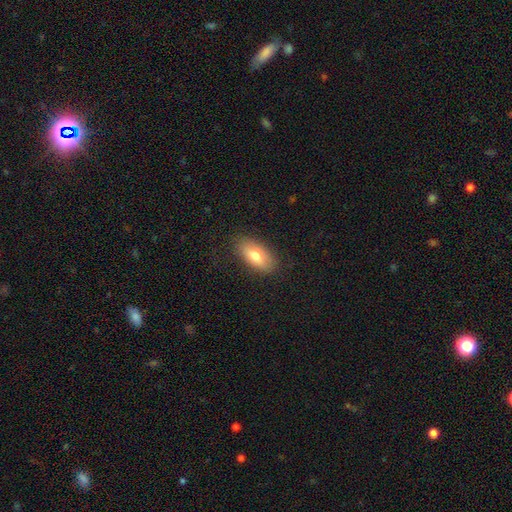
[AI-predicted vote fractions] A smooth galaxy with no disk features (76%) that is in between round and cigar-shaped (90%). Merging: none (83%).